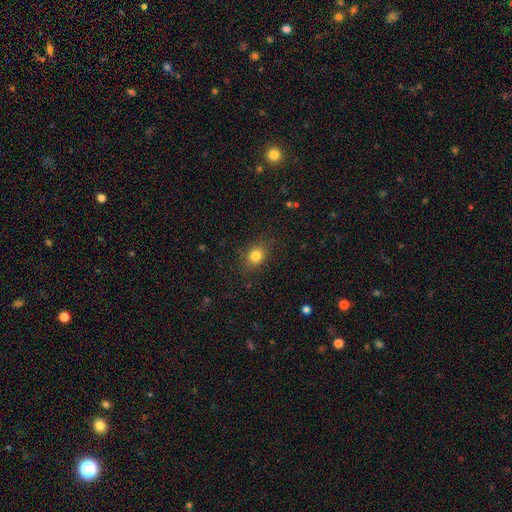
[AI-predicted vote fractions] Smooth or featured: smooth — 82% (star or artifact — 12%)
How rounded: round — 56% (in between — 43%)
Merging: none — 84% (minor disturbance — 11%)